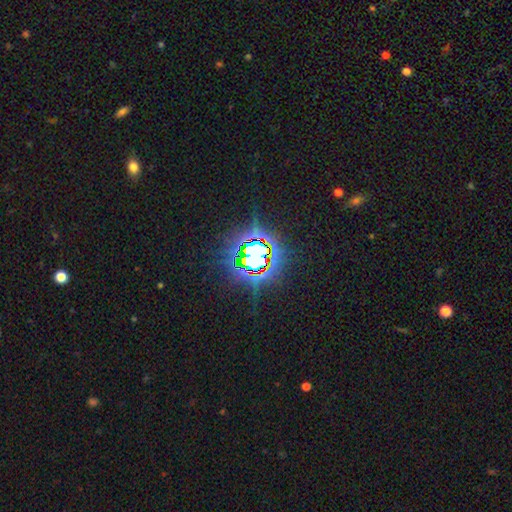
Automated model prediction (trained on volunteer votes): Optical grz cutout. It shows a star or artifact, not a galaxy (78%).